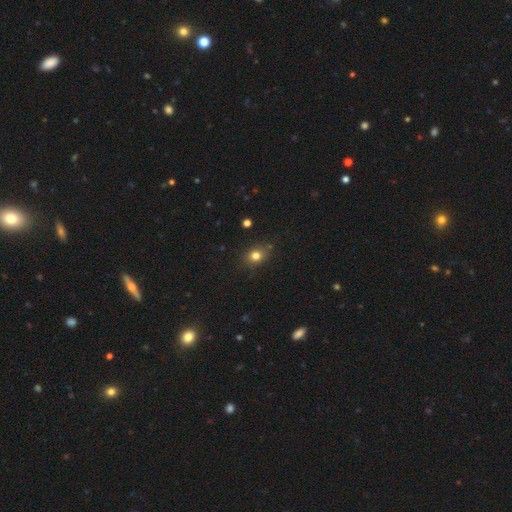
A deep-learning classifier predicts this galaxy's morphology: A smooth galaxy with no disk features (79%) that is round (63%). Merging: none (78%).